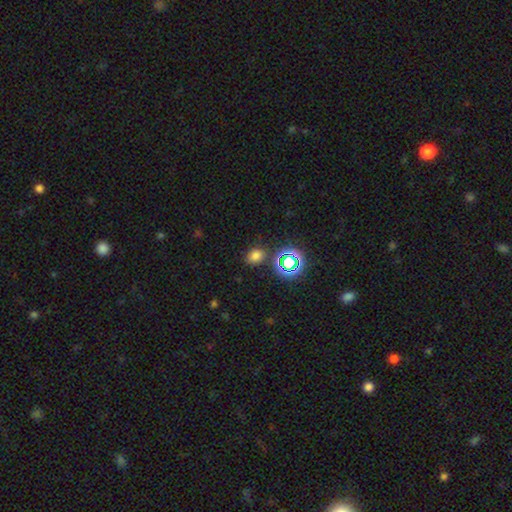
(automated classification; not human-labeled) This appears to be a smooth galaxy with no disk features (69%) that is in between round and cigar-shaped (50%). Merging: none (80%).